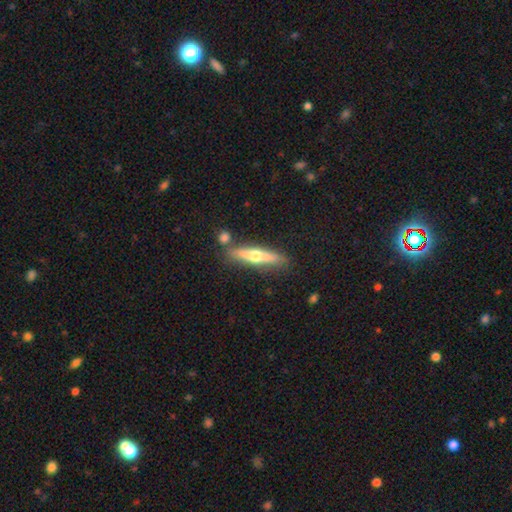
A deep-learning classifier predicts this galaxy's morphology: A featured or disk galaxy (56%) viewed edge-on (94%) with a rounded central bulge (92%).

Vote fractions:
- Smooth or featured? featured or disk: 56% / smooth: 38% / star or artifact: 6%
- Edge-on disk? yes: 94% / no: 6%
- Edge-on bulge? rounded: 92% / none: 5% / boxy: 3%
- Merging? none: 78% / minor disturbance: 11% / merger: 8% / major disturbance: 3%